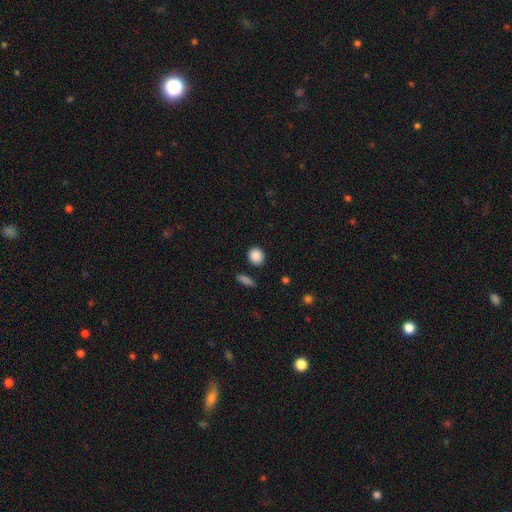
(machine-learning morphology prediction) A smooth galaxy with no disk features (88%) that is round (83%).

Vote fractions:
- Smooth or featured? smooth: 88% / star or artifact: 9% / featured or disk: 3%
- How rounded? round: 83% / in between: 16% / cigar-shaped: 1%
- Merging? none: 88% / minor disturbance: 7% / merger: 3% / major disturbance: 2%